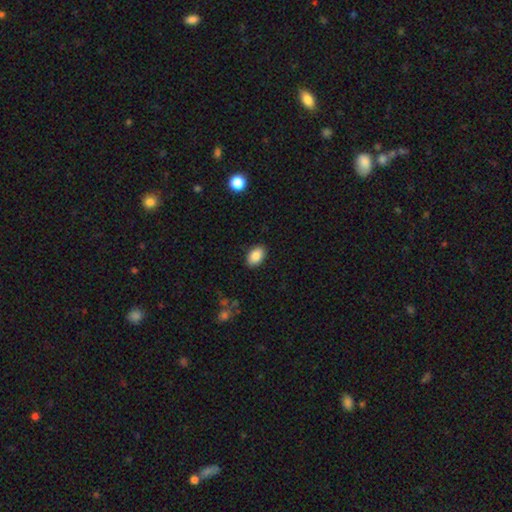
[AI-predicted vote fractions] This is clearly a smooth galaxy (87%). How rounded: clearly in between (89%). Merging: clearly none (88%).